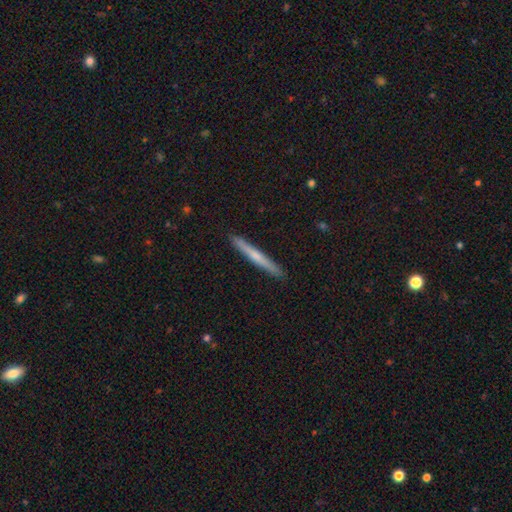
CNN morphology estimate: A smooth galaxy with no disk features (50%) that is cigar-shaped (97%).

Vote fractions:
- Smooth or featured? smooth: 50% / featured or disk: 44% / star or artifact: 6%
- How rounded? cigar-shaped: 97% / in between: 2% / round: 1%
- Merging? none: 92% / minor disturbance: 6% / major disturbance: 1% / merger: 1%